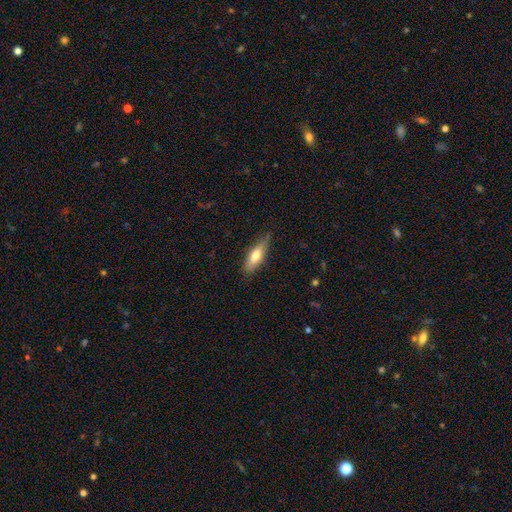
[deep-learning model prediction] This is likely a smooth galaxy (62%). How rounded: possibly cigar-shaped (51%). Merging: likely none (76%).